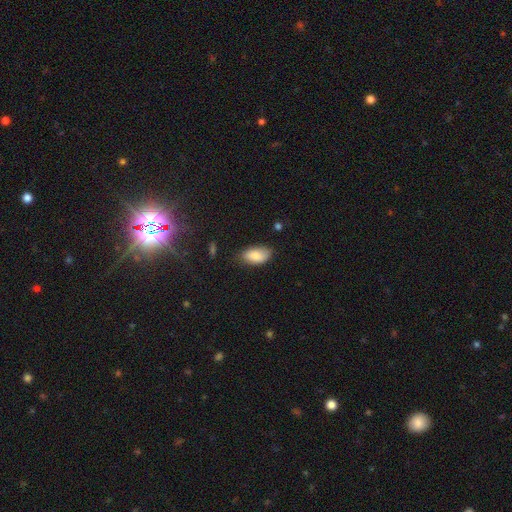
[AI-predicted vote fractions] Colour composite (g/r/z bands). It shows a smooth galaxy with no disk features (84%) that is in between round and cigar-shaped (94%). Merging: none (71%).